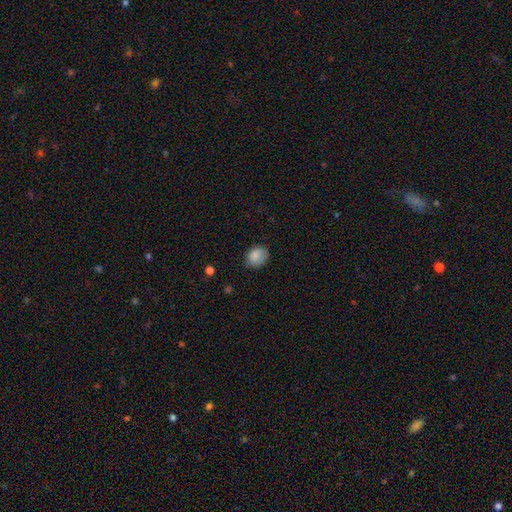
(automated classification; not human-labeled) smooth-or-featured: smooth: 84% | star or artifact: 9% | featured or disk: 7%
  how-rounded: round: 51% | in between: 48% | cigar-shaped: 1%
  merging: none: 68% | minor disturbance: 24% | major disturbance: 6% | merger: 1%